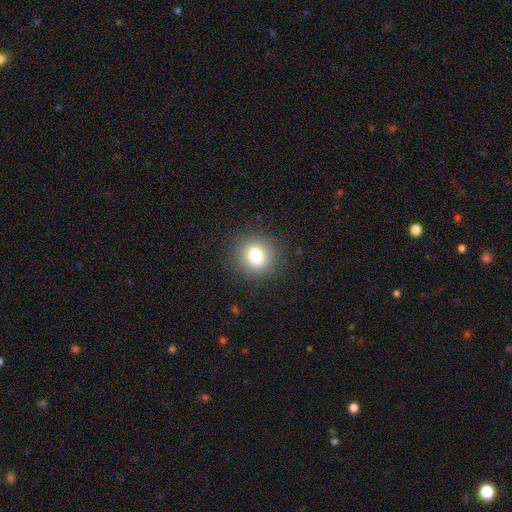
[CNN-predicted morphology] Smooth or featured? Predicted: smooth (p=0.80). How rounded? Predicted: round (p=0.79). Merging? Predicted: none (p=0.88).